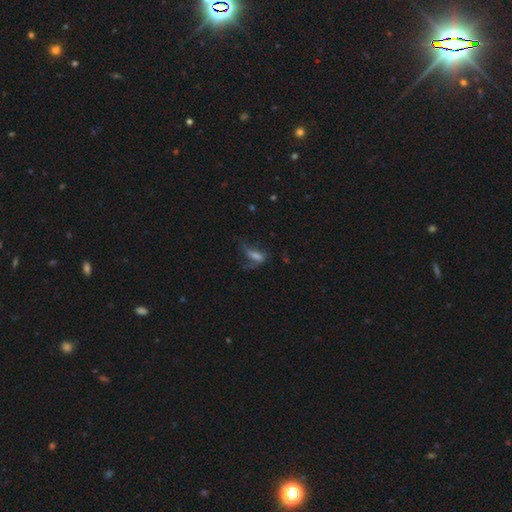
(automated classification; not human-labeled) Q: Smooth or featured?
A: smooth (47%); runner-up: featured or disk (39%)
Q: Merging?
A: major disturbance (46%); runner-up: none (31%)